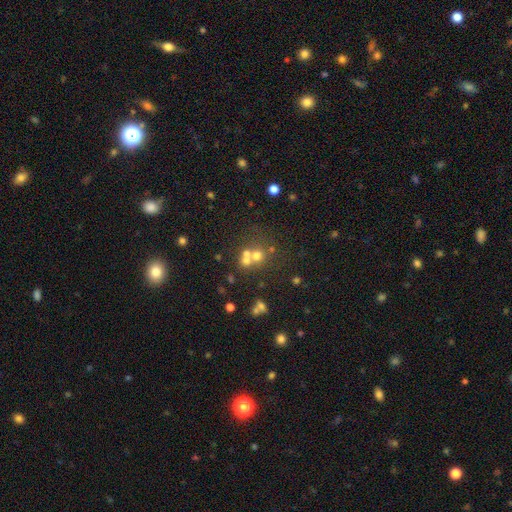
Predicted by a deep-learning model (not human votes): A smooth galaxy with no disk features (55%) that is round (82%).

Vote fractions:
- Smooth or featured? smooth: 55% / star or artifact: 23% / featured or disk: 23%
- How rounded? round: 82% / in between: 17% / cigar-shaped: 1%
- Merging? merger: 47% / none: 41% / minor disturbance: 7% / major disturbance: 5%